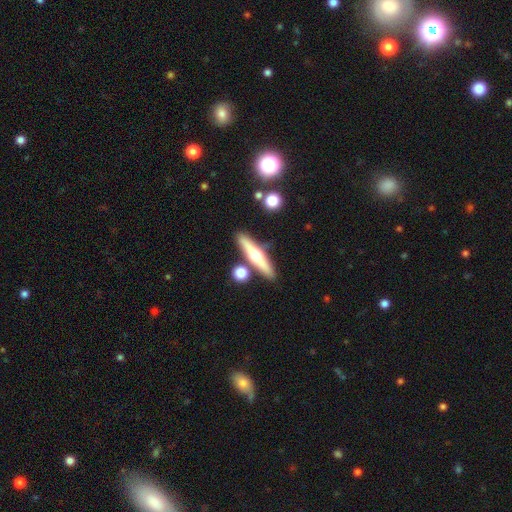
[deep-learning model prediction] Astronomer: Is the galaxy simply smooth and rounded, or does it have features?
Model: featured or disk — 57% (runner-up: smooth, 37%).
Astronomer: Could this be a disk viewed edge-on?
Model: yes — 94%.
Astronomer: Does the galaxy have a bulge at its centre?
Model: rounded — 93%.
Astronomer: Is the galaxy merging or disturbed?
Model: none — 81%.